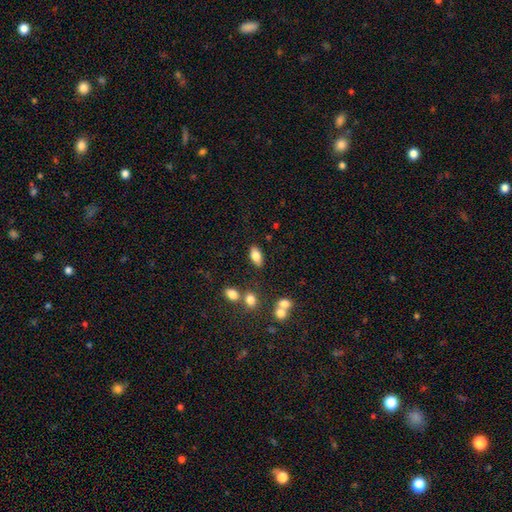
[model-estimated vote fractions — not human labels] smooth 78%, featured or disk 13%, star or artifact 9%. Down the decision tree: how rounded — in between (89%); merging — none (81%).